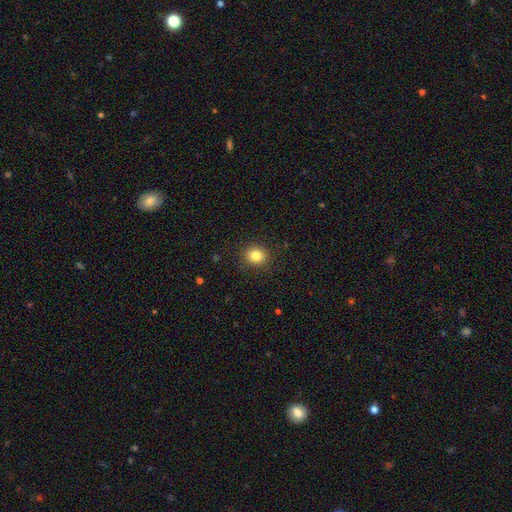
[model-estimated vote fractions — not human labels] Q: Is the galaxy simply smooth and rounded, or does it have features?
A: smooth — 83%.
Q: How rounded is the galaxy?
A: round — 77%.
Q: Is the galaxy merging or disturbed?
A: none — 89%.